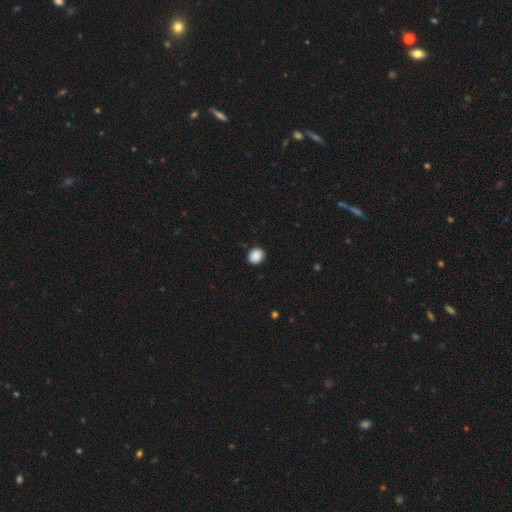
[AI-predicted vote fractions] This is clearly a smooth galaxy (89%). How rounded: likely round (63%). Merging: clearly none (90%).